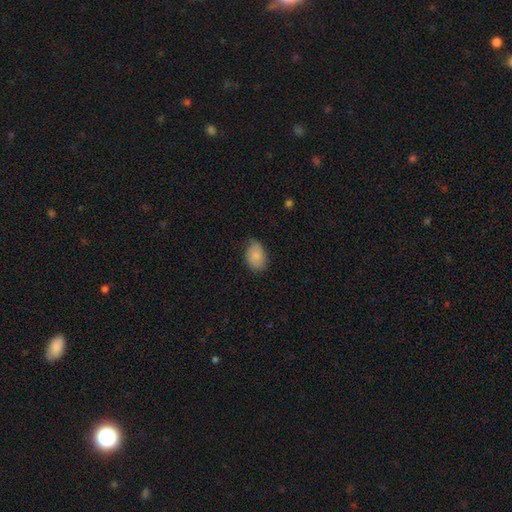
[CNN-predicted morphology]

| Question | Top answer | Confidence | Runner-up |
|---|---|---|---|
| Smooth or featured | smooth | 84% | featured or disk (9%) |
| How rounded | in between | 82% | round (16%) |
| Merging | none | 68% | minor disturbance (27%) |